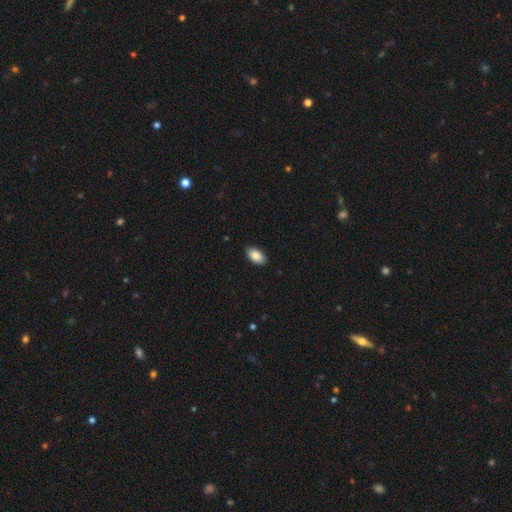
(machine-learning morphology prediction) A smooth galaxy with no disk features (88%) that is in between round and cigar-shaped (94%). Merging: none (89%).